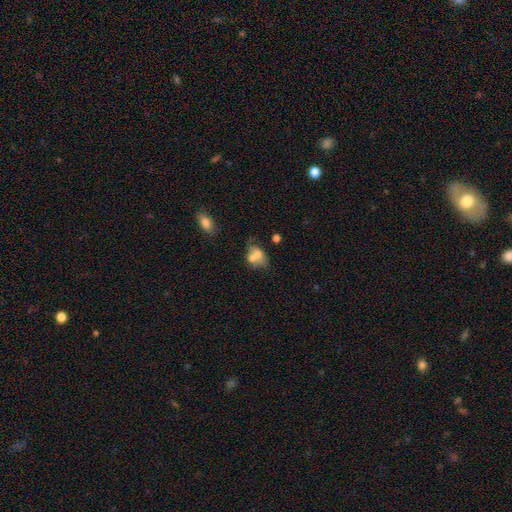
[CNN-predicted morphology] Smooth or featured? smooth (62%)
How rounded? in between (72%)
Merging? merger (50%)